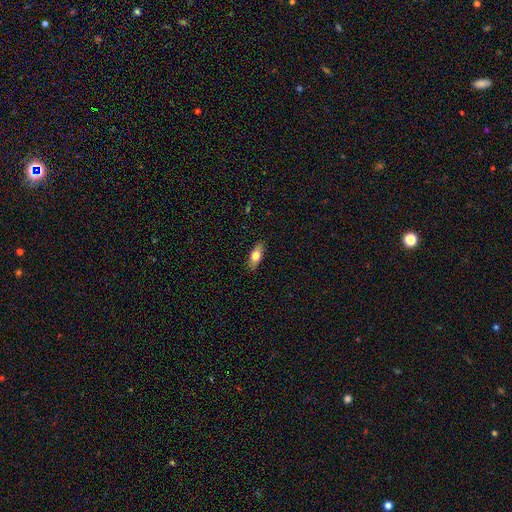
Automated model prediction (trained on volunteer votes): Smooth or featured? Predicted: smooth (p=0.67). How rounded? Predicted: in between (p=0.74). Merging? Predicted: none (p=0.87).